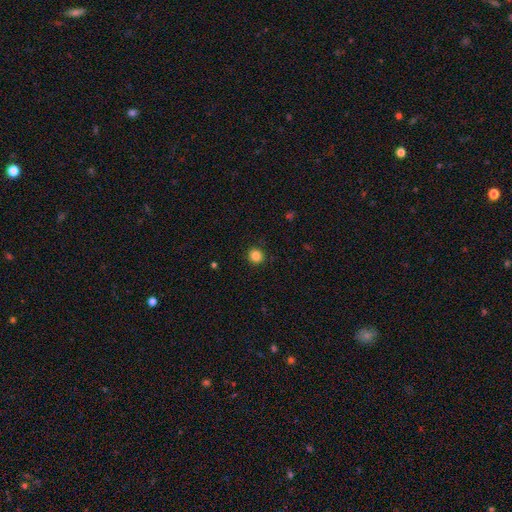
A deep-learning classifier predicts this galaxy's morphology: Overall: smooth (86%). How rounded: round (90%). Merging: none (91%).